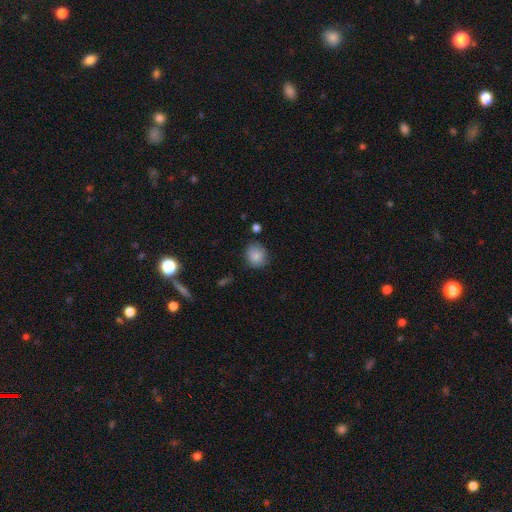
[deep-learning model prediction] Smooth or featured? Predicted: smooth (p=0.86). How rounded? Predicted: round (p=0.79). Merging? Predicted: none (p=0.77).